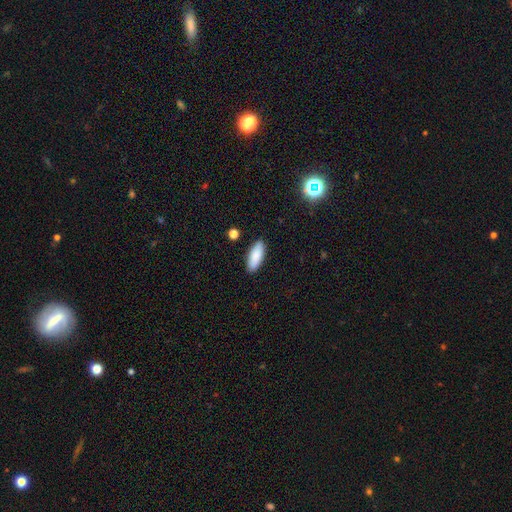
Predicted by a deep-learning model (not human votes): Smooth or featured? smooth (87%)
How rounded? in between (74%)
Merging? none (89%)